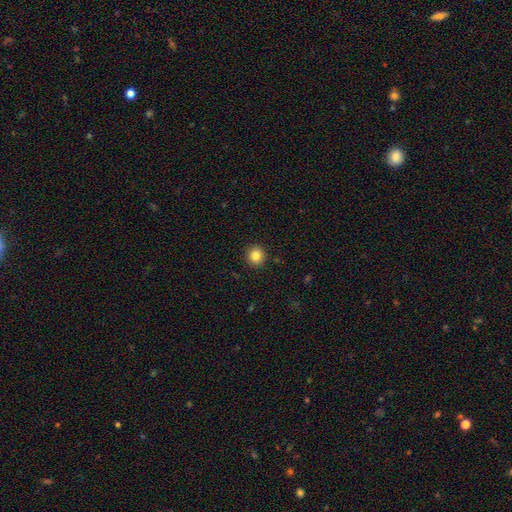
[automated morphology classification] A smooth galaxy with no disk features (84%) that is round (93%). Merging: none (92%).